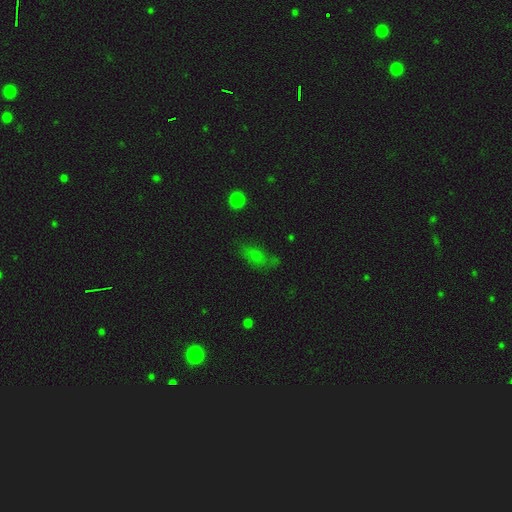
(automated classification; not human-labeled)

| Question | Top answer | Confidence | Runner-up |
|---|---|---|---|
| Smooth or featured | smooth | 67% | star or artifact (18%) |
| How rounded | in between | 80% | cigar-shaped (14%) |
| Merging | none | 60% | minor disturbance (25%) |